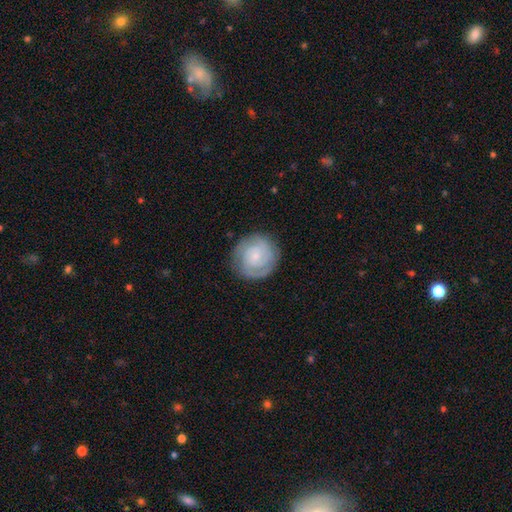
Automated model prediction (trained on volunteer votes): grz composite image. It shows a featured or disk galaxy (68%) with no bar (70%), 2 (38%) tight (71%) spiral arms (91%) and a small central bulge (75%). Merging: none (83%).